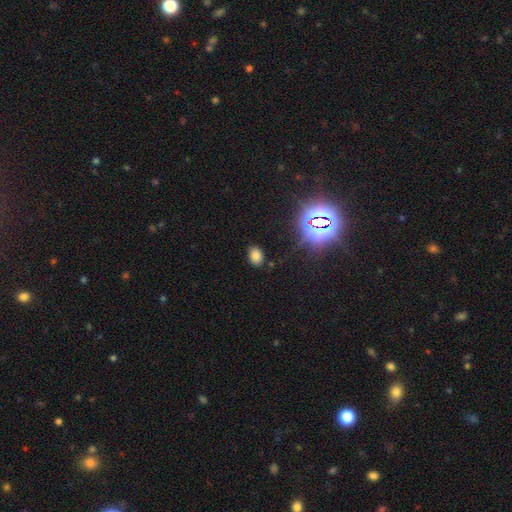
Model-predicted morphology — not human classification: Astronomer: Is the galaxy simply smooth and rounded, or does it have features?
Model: smooth — 73%.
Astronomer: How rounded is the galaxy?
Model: in between — 76%.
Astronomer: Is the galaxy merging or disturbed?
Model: none — 84%.